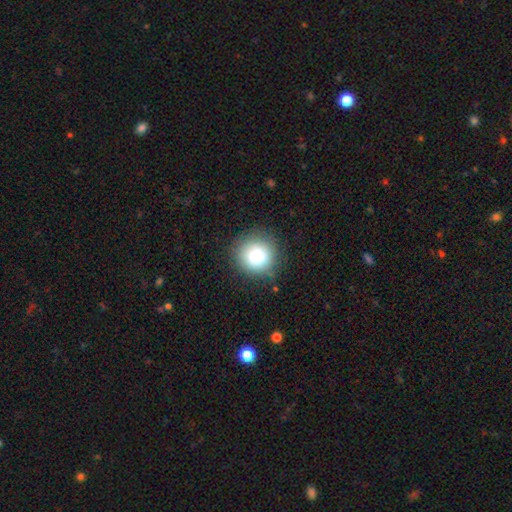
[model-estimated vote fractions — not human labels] A smooth galaxy with no disk features (82%) that is round (92%).

Vote fractions:
- Smooth or featured? smooth: 82% / star or artifact: 10% / featured or disk: 8%
- How rounded? round: 92% / in between: 7% / cigar-shaped: 1%
- Merging? none: 85% / minor disturbance: 11% / major disturbance: 3% / merger: 1%